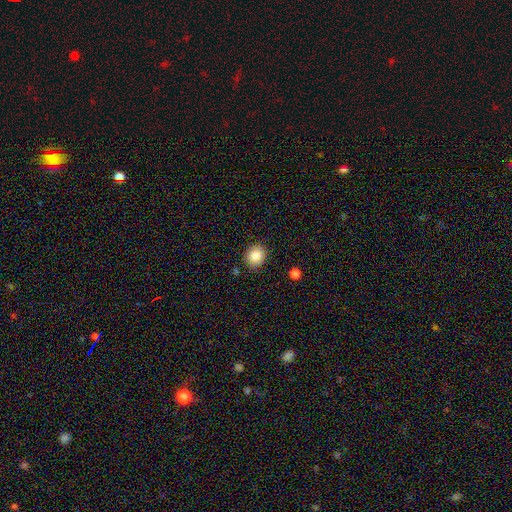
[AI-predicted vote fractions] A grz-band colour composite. It shows a smooth galaxy with no disk features (86%) that is round (78%). Merging: none (87%).